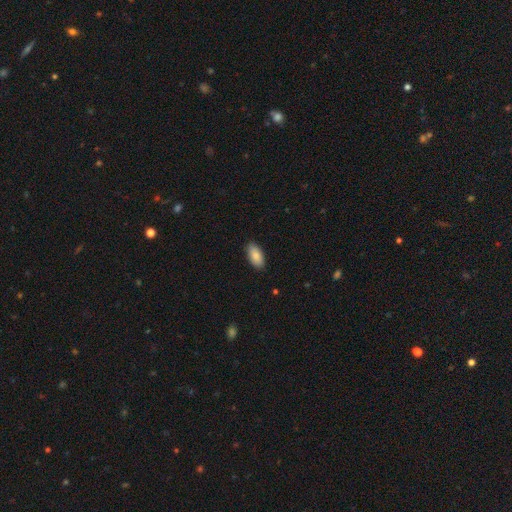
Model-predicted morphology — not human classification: Overall: smooth (87%). How rounded: in between (93%). Merging: none (89%).